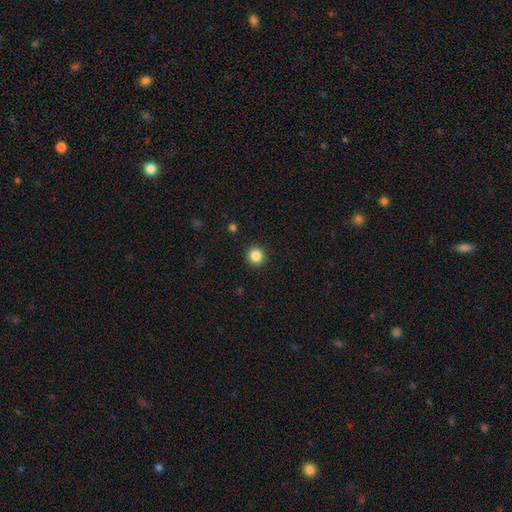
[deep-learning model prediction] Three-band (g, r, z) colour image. It shows a smooth galaxy with no disk features (86%) that is round (94%). Merging: none (92%).